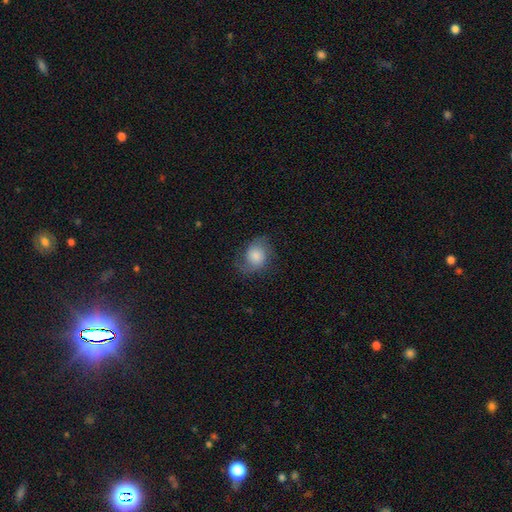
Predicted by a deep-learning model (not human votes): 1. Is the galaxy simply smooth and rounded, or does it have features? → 55% smooth, 36% featured or disk, 10% star or artifact.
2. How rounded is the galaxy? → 56% round, 43% in between, 1% cigar-shaped.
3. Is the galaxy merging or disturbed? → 64% none, 23% minor disturbance, 12% major disturbance, 1% merger.